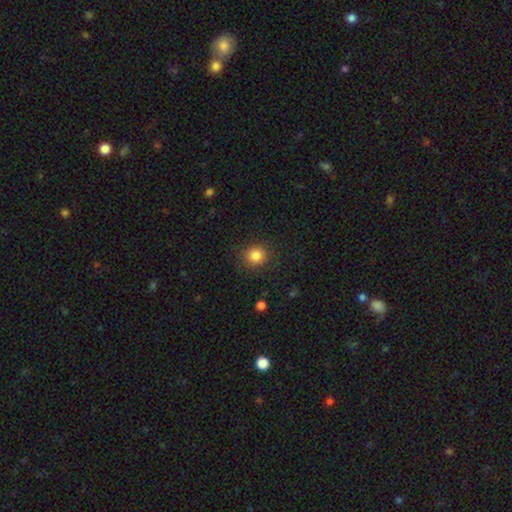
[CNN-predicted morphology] Smooth or featured? Predicted: smooth (p=0.84). How rounded? Predicted: round (p=0.87). Merging? Predicted: none (p=0.88).